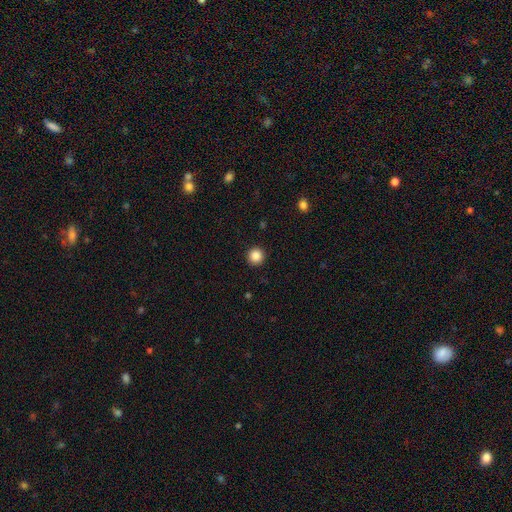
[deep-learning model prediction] Morphology: type=smooth (86%); roundness=round (96%); merging=none (93%).